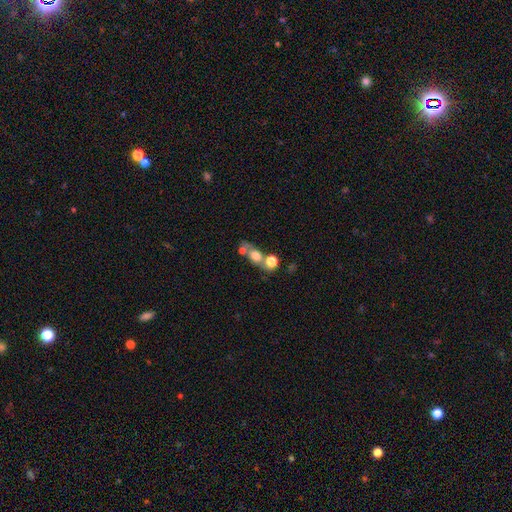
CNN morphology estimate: This is possibly a smooth galaxy (60%). How rounded: possibly round (50%). Merging: possibly merger (45%).